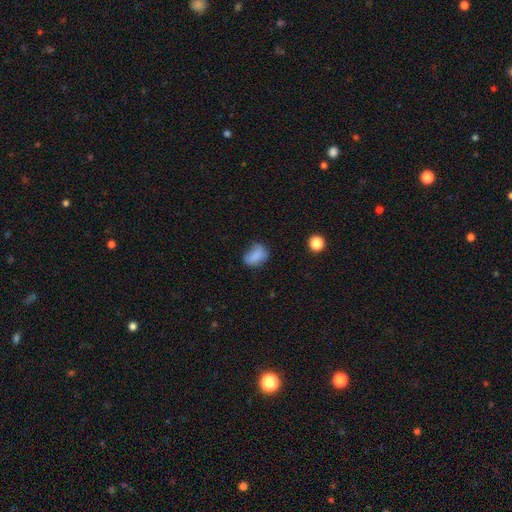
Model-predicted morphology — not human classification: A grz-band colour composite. It shows a smooth galaxy with no disk features (79%) that is in between round and cigar-shaped (75%). Merging: none (52%).